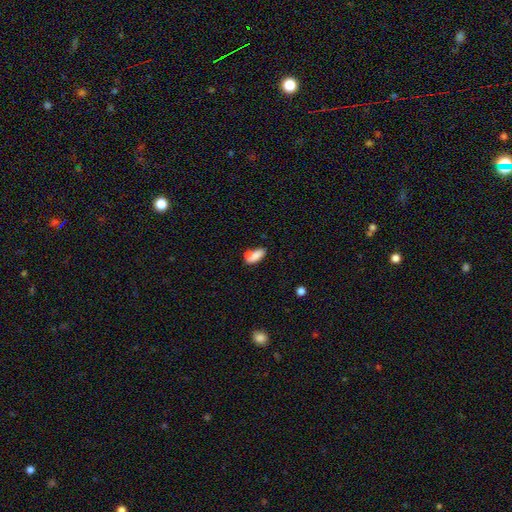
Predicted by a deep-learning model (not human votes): smooth 80%, featured or disk 11%, star or artifact 9%. Down the decision tree: how rounded — in between (85%); merging — none (41%).